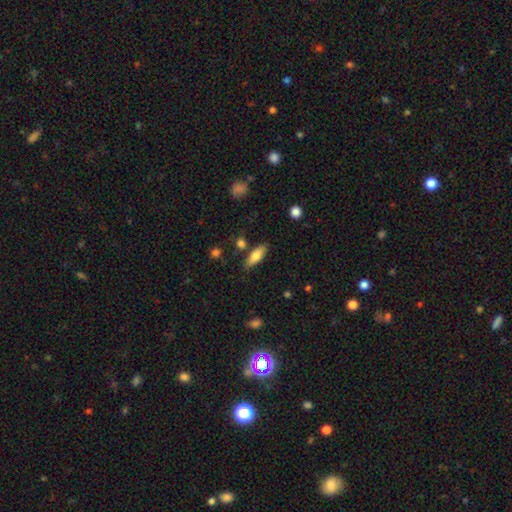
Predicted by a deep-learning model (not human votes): smooth-or-featured: smooth: 74% | featured or disk: 19% | star or artifact: 7%
  how-rounded: in between: 62% | cigar-shaped: 36% | round: 2%
  merging: none: 79% | minor disturbance: 13% | merger: 5% | major disturbance: 3%